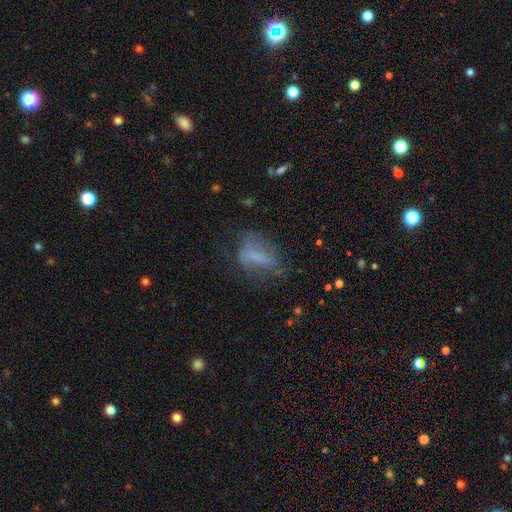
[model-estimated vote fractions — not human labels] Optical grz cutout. It shows a smooth galaxy with no disk features (53%) that is in between round and cigar-shaped (79%). Merging: none (43%).